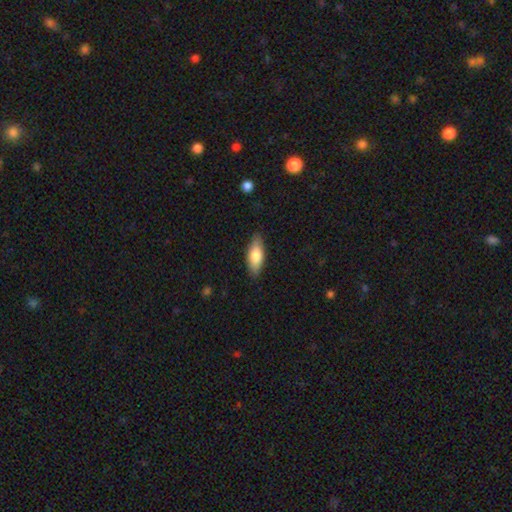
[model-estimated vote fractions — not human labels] Smooth or featured? smooth (77%)
How rounded? in between (77%)
Merging? none (85%)